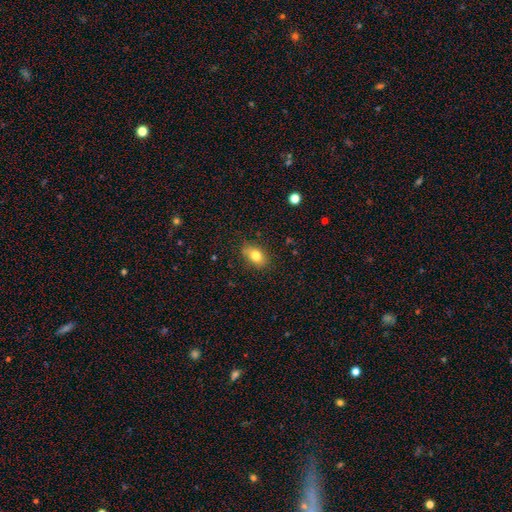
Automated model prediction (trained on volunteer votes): Smooth or featured? Predicted: smooth (p=0.80). How rounded? Predicted: in between (p=0.84). Merging? Predicted: none (p=0.81).